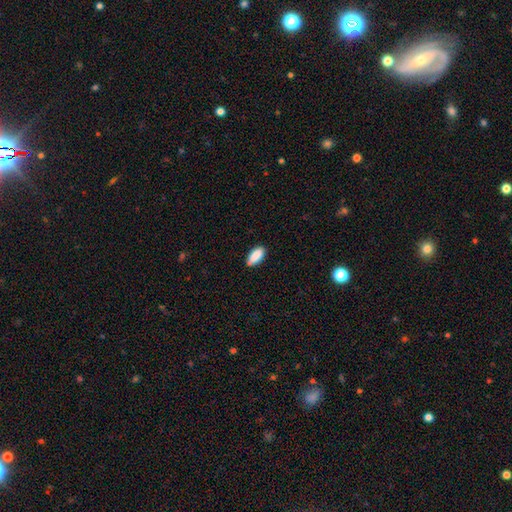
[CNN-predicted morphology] smooth 89%, star or artifact 7%, featured or disk 4%. Down the decision tree: how rounded — in between (89%); merging — none (81%).